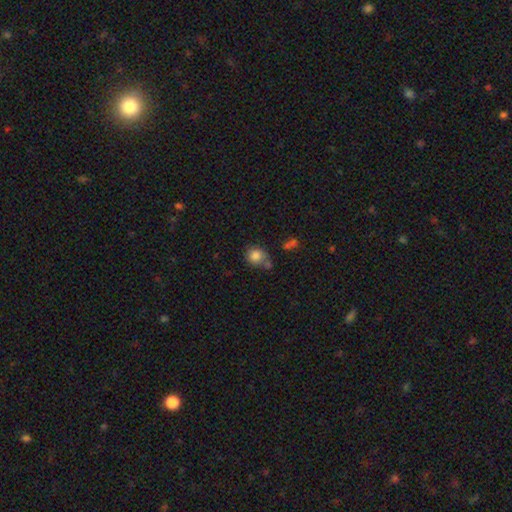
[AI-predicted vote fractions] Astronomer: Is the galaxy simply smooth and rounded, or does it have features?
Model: smooth — 83%.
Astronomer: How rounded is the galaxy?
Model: round — 76%.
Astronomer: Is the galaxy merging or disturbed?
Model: none — 56%.